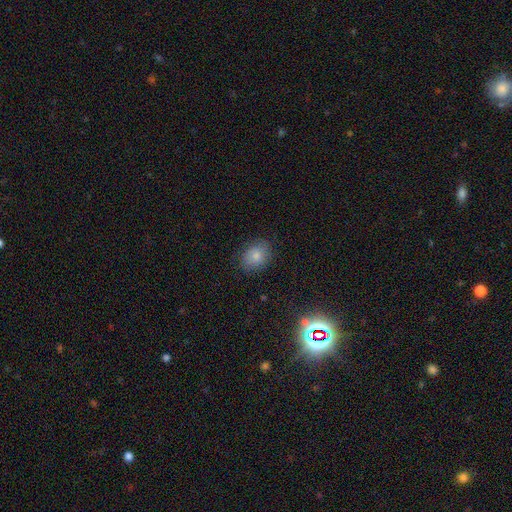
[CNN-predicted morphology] This appears to be a smooth galaxy with no disk features (83%) that is in between round and cigar-shaped (63%). Merging: none (80%).